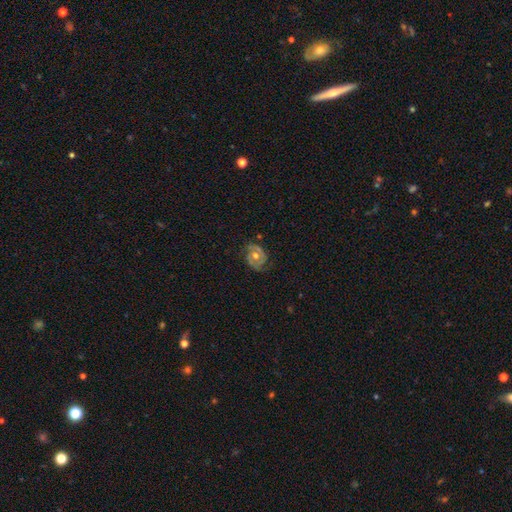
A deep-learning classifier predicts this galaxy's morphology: This appears to be a featured or disk galaxy (80%) with no bar (69%), 2 (83%) tight (51%) spiral arms (92%) and a moderate central bulge (75%). Merging: none (76%).